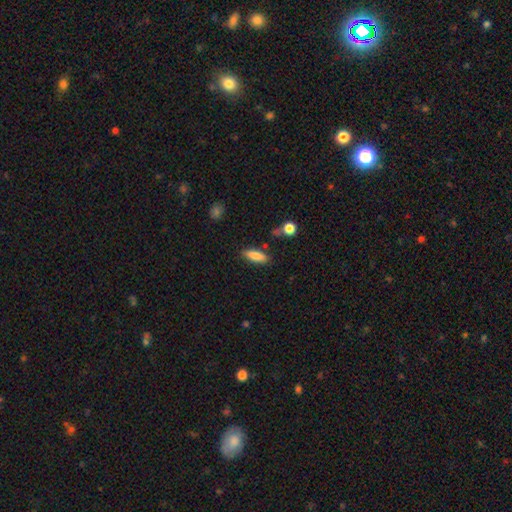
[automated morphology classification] type=smooth (83%); roundness=in between (57%); merging=none (82%).